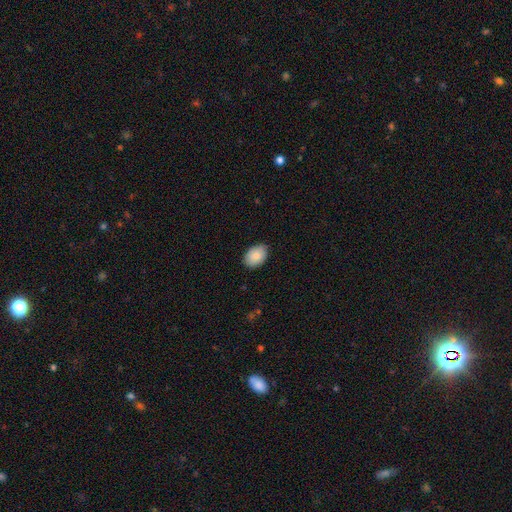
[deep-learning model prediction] Smooth or featured?
  - smooth: 87% *
  - star or artifact: 7%
  - featured or disk: 6%
How rounded?
  - in between: 83% *
  - round: 16%
  - cigar-shaped: 1%
Merging?
  - none: 83% *
  - minor disturbance: 14%
  - major disturbance: 2%
  - merger: 1%